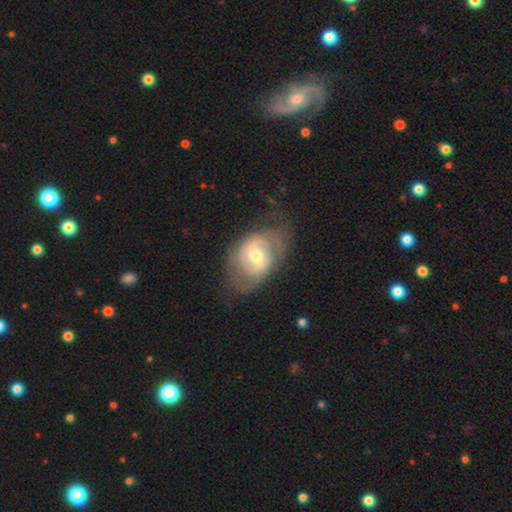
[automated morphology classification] The model was most divided on "spiral winding": medium: 41%, tight: 37%, loose: 21%. More confident: edge-on disk — no (96%); spiral arms — yes (78%); smooth or featured — featured or disk (75%); spiral arm count — 2 (71%); bulge size — moderate (68%); merging — none (63%); bar — weak (52%).